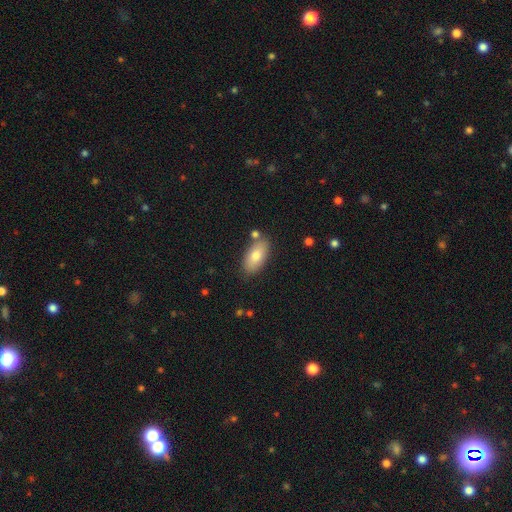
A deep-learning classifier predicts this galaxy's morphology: Smooth or featured: smooth — 76% (featured or disk — 17%)
How rounded: in between — 90% (cigar-shaped — 7%)
Merging: none — 80% (minor disturbance — 12%)